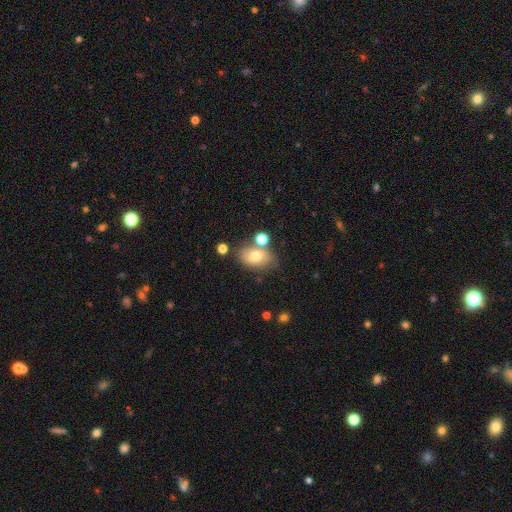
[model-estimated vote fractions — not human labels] Smooth or featured? smooth (67%)
How rounded? in between (79%)
Merging? none (63%)